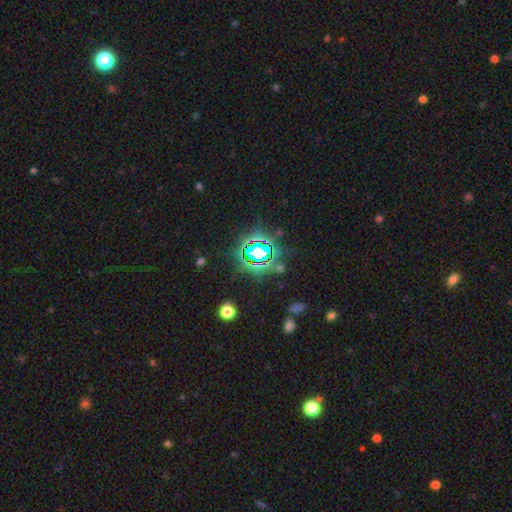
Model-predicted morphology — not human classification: star or artifact 76%, smooth 15%, featured or disk 10%.